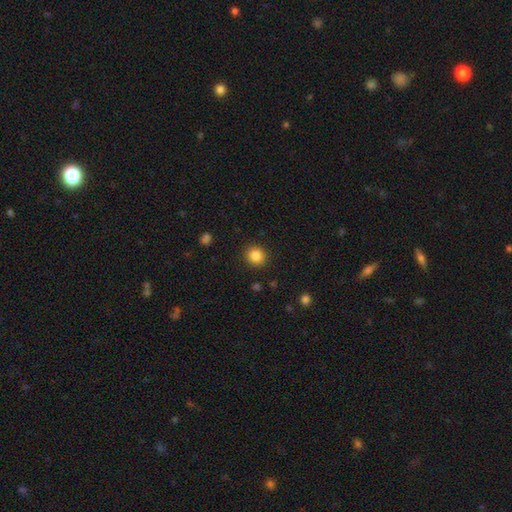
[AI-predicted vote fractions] Q: Smooth or featured?
A: smooth (85%); runner-up: star or artifact (11%)
Q: How rounded?
A: round (88%); runner-up: in between (11%)
Q: Merging?
A: none (91%); runner-up: minor disturbance (6%)